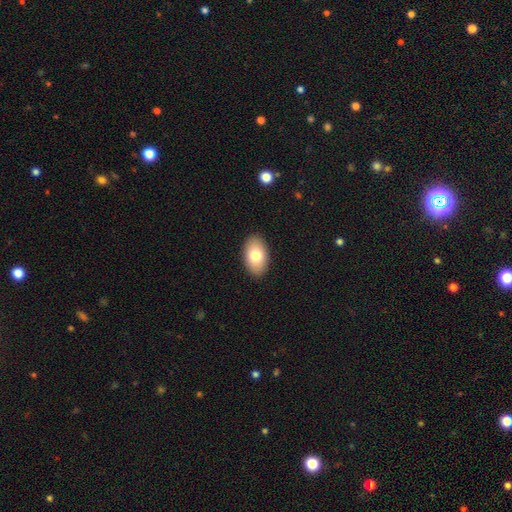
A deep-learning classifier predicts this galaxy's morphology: Smooth or featured: smooth — 77% (featured or disk — 15%)
How rounded: in between — 93% (round — 6%)
Merging: none — 90% (minor disturbance — 8%)